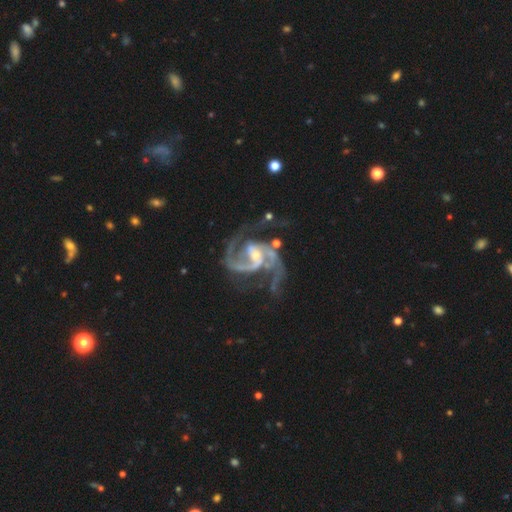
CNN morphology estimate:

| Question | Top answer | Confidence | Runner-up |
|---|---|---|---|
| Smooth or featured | featured or disk | 94% | star or artifact (4%) |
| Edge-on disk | no | 98% | yes (2%) |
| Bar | weak | 48% | no (30%) |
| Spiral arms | yes | 98% | no (2%) |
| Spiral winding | medium | 61% | loose (20%) |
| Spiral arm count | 2 | 73% | 3 (12%) |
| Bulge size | small | 59% | moderate (34%) |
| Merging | none | 49% | major disturbance (26%) |